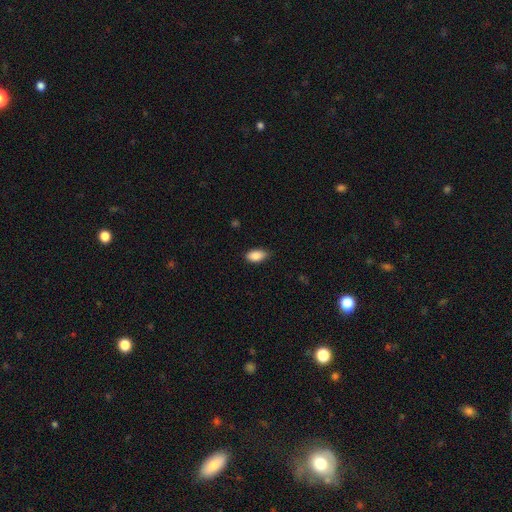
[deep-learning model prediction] Morphology: type=smooth (88%); roundness=in between (92%); merging=none (76%).